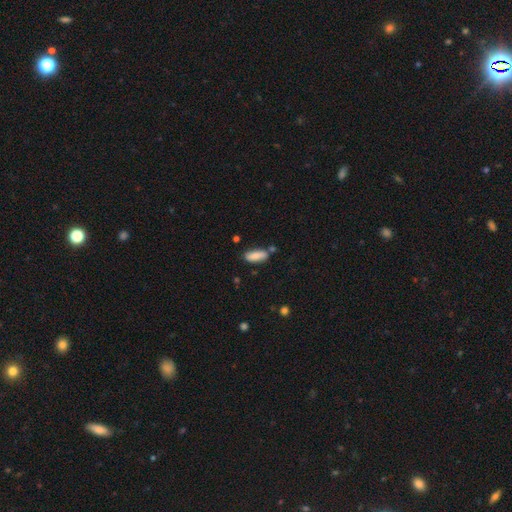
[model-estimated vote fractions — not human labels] The model was most divided on "how rounded": in between: 73%, cigar-shaped: 25%, round: 2%. More confident: smooth or featured — smooth (85%); merging — none (71%).